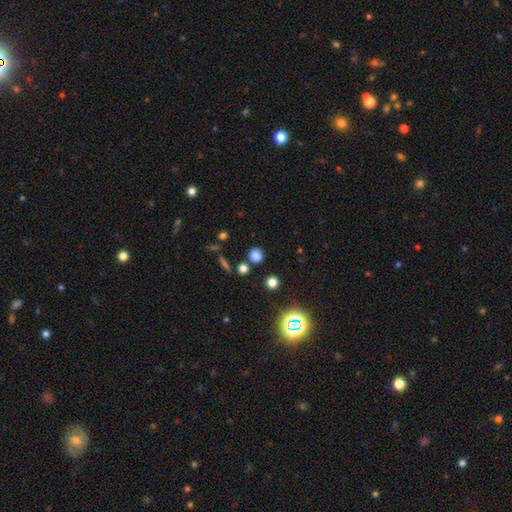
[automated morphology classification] Smooth or featured: smooth — 76% (star or artifact — 19%)
How rounded: round — 84% (in between — 14%)
Merging: none — 79% (minor disturbance — 10%)